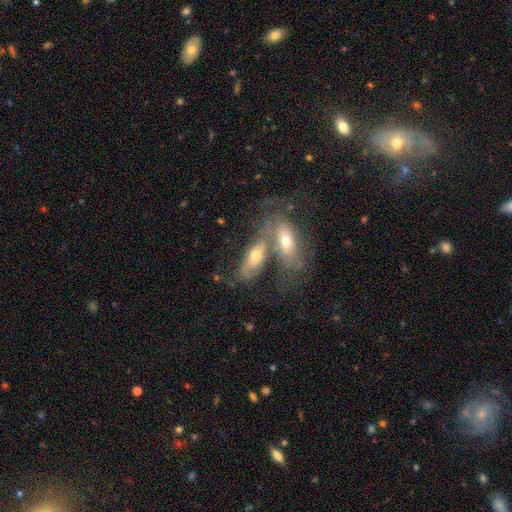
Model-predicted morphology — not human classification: Q: Smooth or featured?
A: featured or disk (51%); runner-up: smooth (42%)
Q: Edge-on disk?
A: no (76%); runner-up: yes (24%)
Q: Merging?
A: merger (58%); runner-up: none (24%)